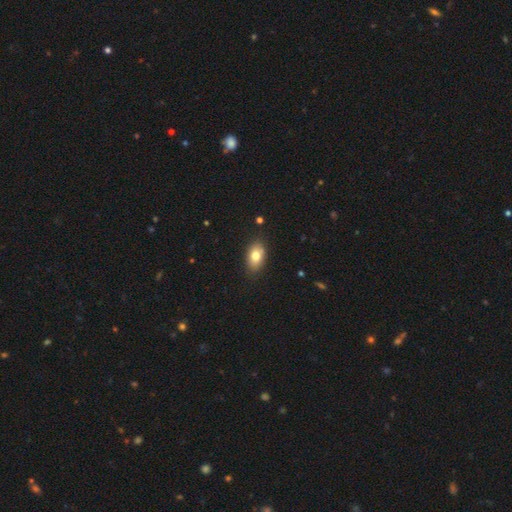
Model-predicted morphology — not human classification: smooth-or-featured: smooth: 79% | featured or disk: 13% | star or artifact: 8%
  how-rounded: in between: 88% | round: 10% | cigar-shaped: 2%
  merging: none: 84% | minor disturbance: 12% | major disturbance: 2% | merger: 1%